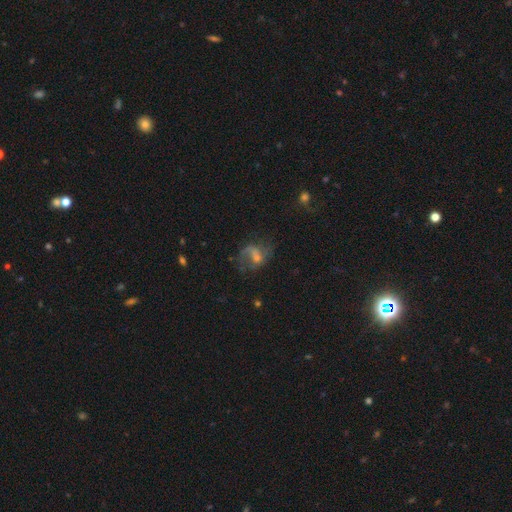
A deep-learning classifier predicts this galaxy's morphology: A featured or disk galaxy (61%) with no bar (49%), spiral arms (77%) and a small central bulge (48%). Merging: none (41%).